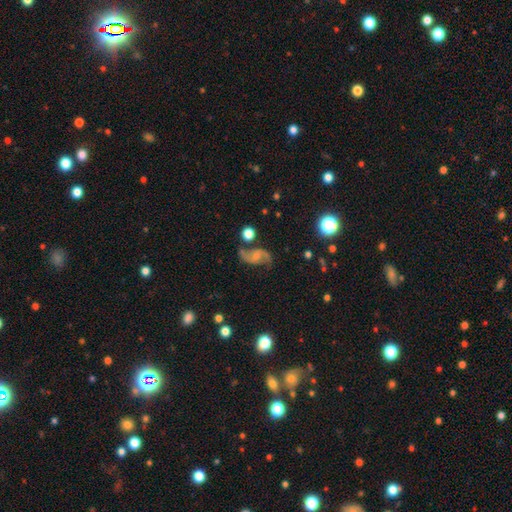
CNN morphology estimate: type=featured or disk (76%); edge-on=no (97%); bar=no (57%); spiral arms=yes (94%); winding=loose (64%); arm count=2 (92%); bulge=small (47%); merging=none (67%).